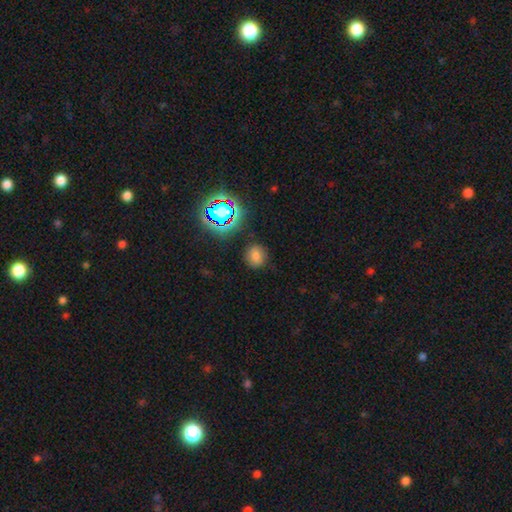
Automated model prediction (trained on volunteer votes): Overall: smooth (70%). How rounded: round (78%). Merging: none (85%).